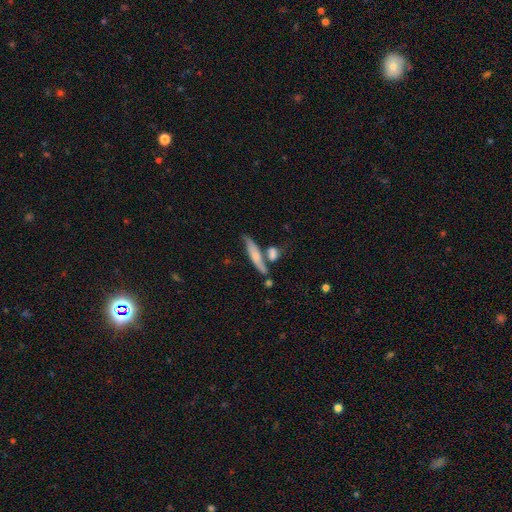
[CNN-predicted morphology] type=smooth (56%); roundness=cigar-shaped (79%); merging=none (57%).